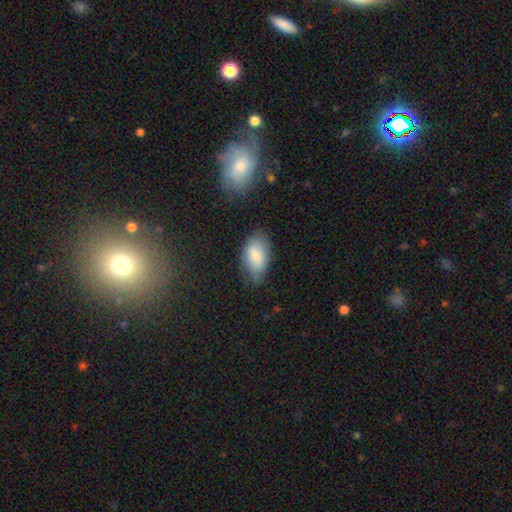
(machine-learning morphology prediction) smooth-or-featured: smooth: 77% | featured or disk: 16% | star or artifact: 7%
  how-rounded: in between: 94% | round: 4% | cigar-shaped: 2%
  merging: none: 68% | minor disturbance: 24% | major disturbance: 6% | merger: 2%